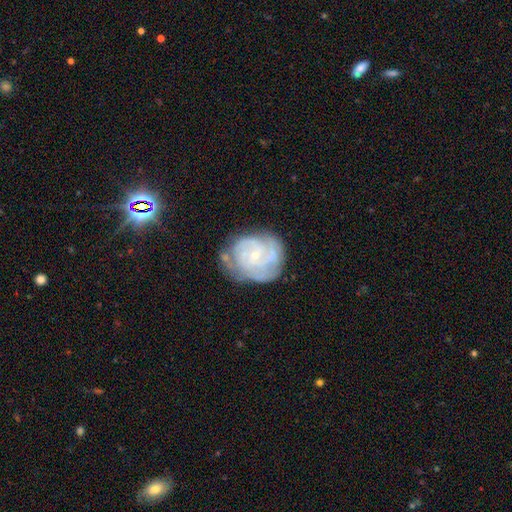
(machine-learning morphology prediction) featured or disk 80%, smooth 14%, star or artifact 6%. Down the decision tree: edge-on disk — no (98%); bar — no (69%); spiral arms — yes (91%); spiral arm count — can't tell (35%); spiral winding — tight (66%); bulge size — small (80%); merging — none (61%).